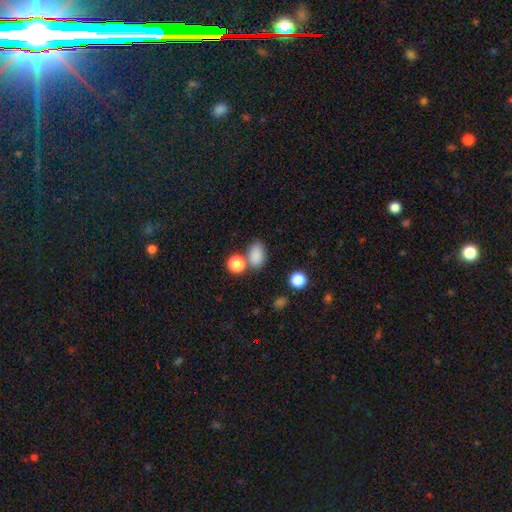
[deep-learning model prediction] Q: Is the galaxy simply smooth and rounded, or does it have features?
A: smooth — 84%.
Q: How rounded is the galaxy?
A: in between — 82%.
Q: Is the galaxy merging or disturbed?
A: none — 64%.